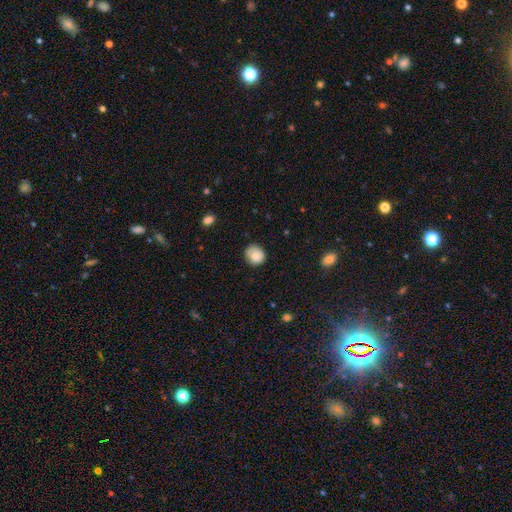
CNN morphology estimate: Smooth or featured: smooth — 80% (featured or disk — 12%)
How rounded: round — 69% (in between — 30%)
Merging: none — 69% (minor disturbance — 24%)